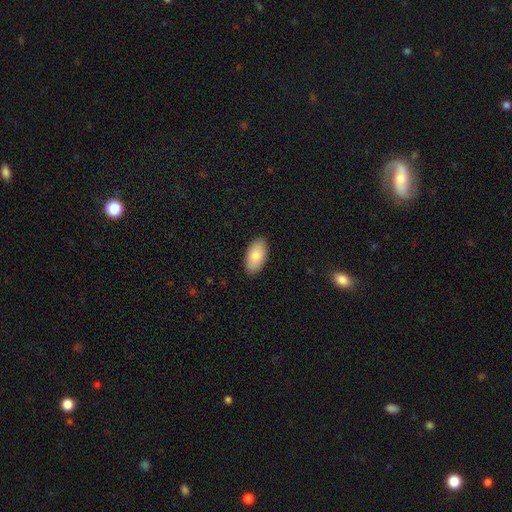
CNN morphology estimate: smooth_or_featured: smooth (p=0.83) [alt: featured or disk p=0.11]
how_rounded: in between (p=0.95) [alt: round p=0.03]
merging: none (p=0.89) [alt: minor disturbance p=0.09]